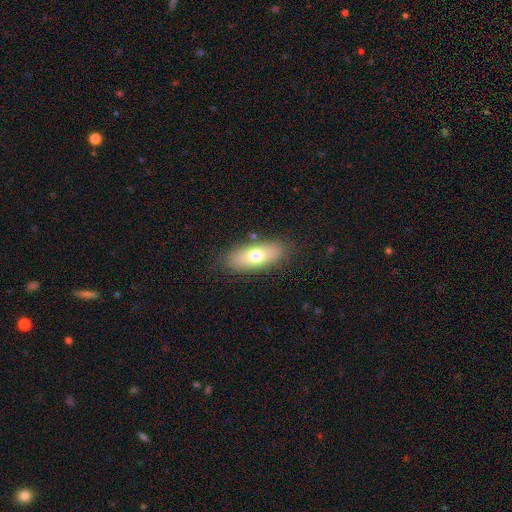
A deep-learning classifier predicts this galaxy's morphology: Smooth or featured?
  - smooth: 68% *
  - featured or disk: 24%
  - star or artifact: 8%
How rounded?
  - in between: 76% *
  - cigar-shaped: 20%
  - round: 4%
Merging?
  - none: 85% *
  - minor disturbance: 10%
  - major disturbance: 3%
  - merger: 2%